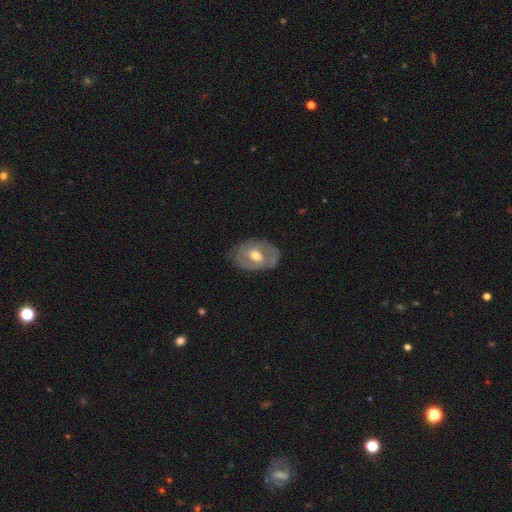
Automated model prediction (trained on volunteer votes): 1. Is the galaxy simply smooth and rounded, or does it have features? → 63% featured or disk, 31% smooth, 6% star or artifact.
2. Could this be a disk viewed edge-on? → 94% no, 6% yes.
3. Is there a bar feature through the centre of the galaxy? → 43% weak (tied), 43% no (tied), 14% strong.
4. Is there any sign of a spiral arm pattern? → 59% yes, 41% no.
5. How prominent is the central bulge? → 72% moderate, 21% small, 5% large, 1% none, 1% dominant.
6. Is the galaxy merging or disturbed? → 70% none, 22% minor disturbance, 7% major disturbance, 1% merger.